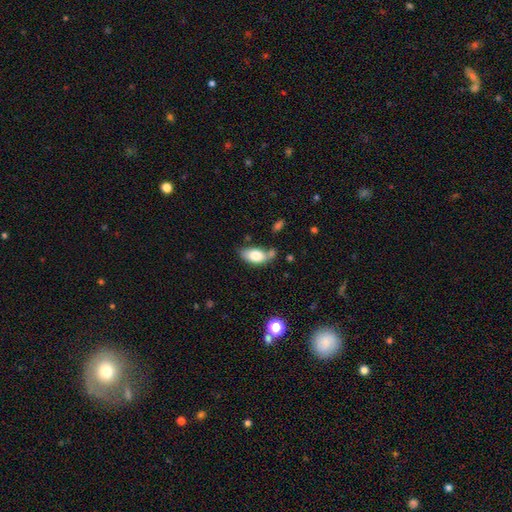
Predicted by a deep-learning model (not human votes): A smooth galaxy with no disk features (79%) that is in between round and cigar-shaped (92%).

Vote fractions:
- Smooth or featured? smooth: 79% / featured or disk: 13% / star or artifact: 8%
- How rounded? in between: 92% / round: 5% / cigar-shaped: 4%
- Merging? none: 49% / minor disturbance: 23% / merger: 19% / major disturbance: 8%